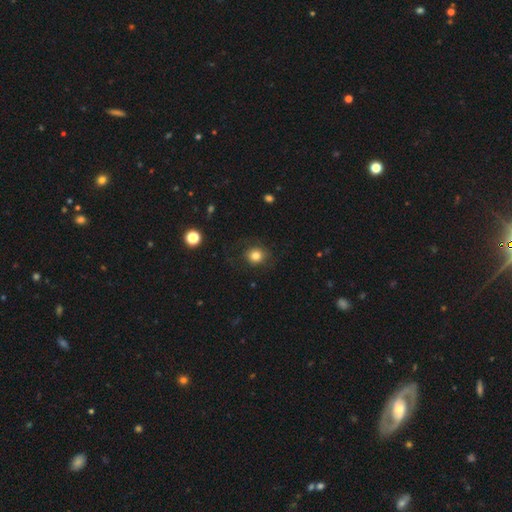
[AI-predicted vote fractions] smooth-or-featured: smooth: 81% | star or artifact: 12% | featured or disk: 8%
  how-rounded: round: 86% | in between: 13% | cigar-shaped: 1%
  merging: none: 80% | minor disturbance: 12% | major disturbance: 7% | merger: 1%